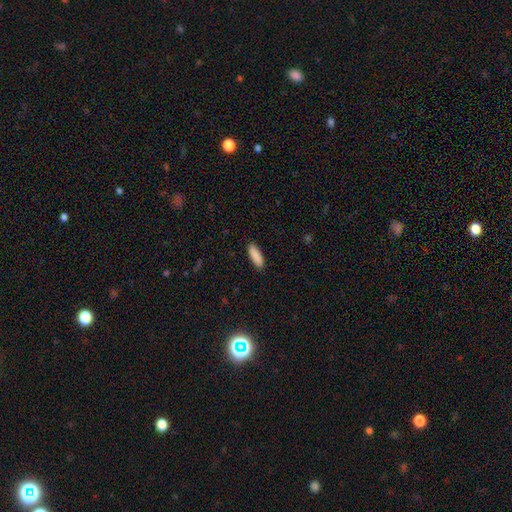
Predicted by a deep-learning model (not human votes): This appears to be a smooth galaxy with no disk features (90%) that is in between round and cigar-shaped (57%). Merging: none (89%).